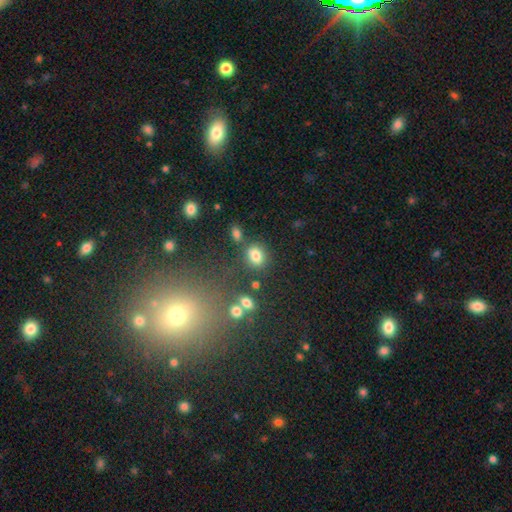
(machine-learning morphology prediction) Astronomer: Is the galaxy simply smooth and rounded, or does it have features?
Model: smooth — 78%.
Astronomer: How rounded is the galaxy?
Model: in between — 57% (runner-up: round, 41%).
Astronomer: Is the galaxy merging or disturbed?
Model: none — 68%.